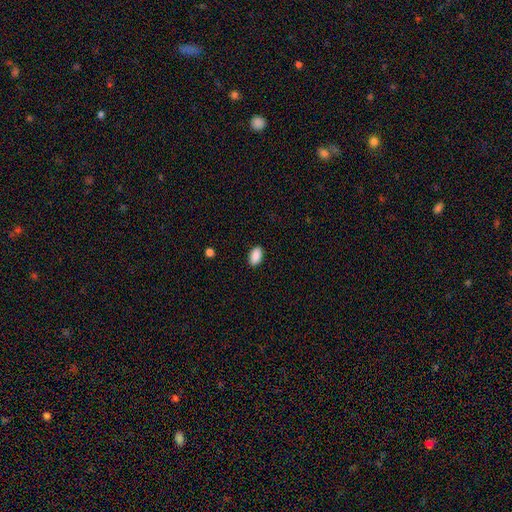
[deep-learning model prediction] A smooth galaxy with no disk features (90%) that is in between round and cigar-shaped (93%).

Vote fractions:
- Smooth or featured? smooth: 90% / star or artifact: 7% / featured or disk: 3%
- How rounded? in between: 93% / round: 5% / cigar-shaped: 2%
- Merging? none: 89% / minor disturbance: 8% / major disturbance: 2% / merger: 1%